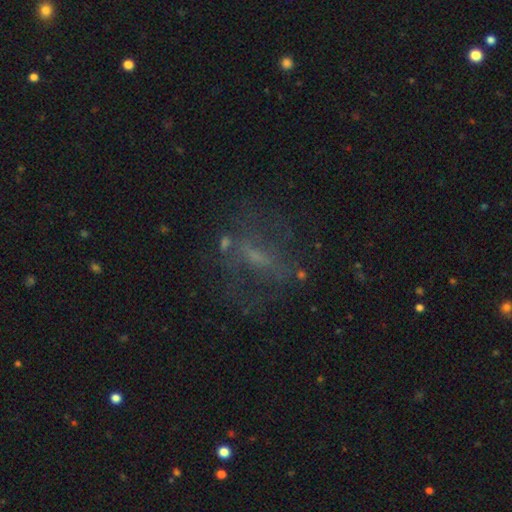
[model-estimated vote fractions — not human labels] Overall: featured or disk (47%; smooth 28%). Merging: none (59%; major disturbance 21%).